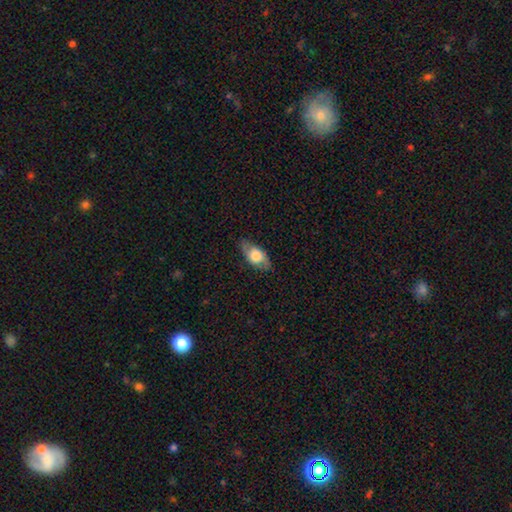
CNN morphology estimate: Smooth or featured? Predicted: smooth (p=0.59). How rounded? Predicted: in between (p=0.85). Merging? Predicted: none (p=0.80).